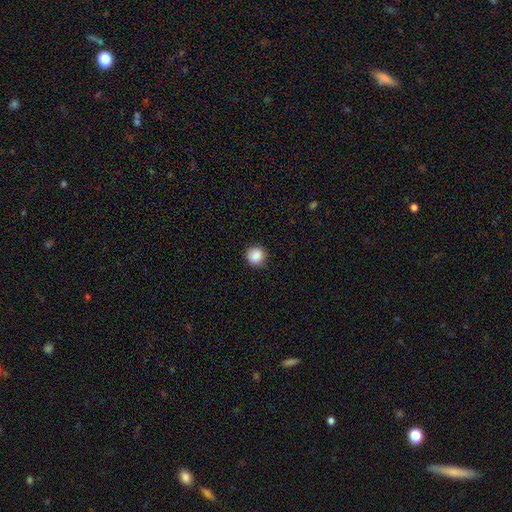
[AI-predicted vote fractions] The model was most divided on "smooth or featured": smooth: 88%, star or artifact: 9%, featured or disk: 3%. More confident: how rounded — round (92%); merging — none (89%).